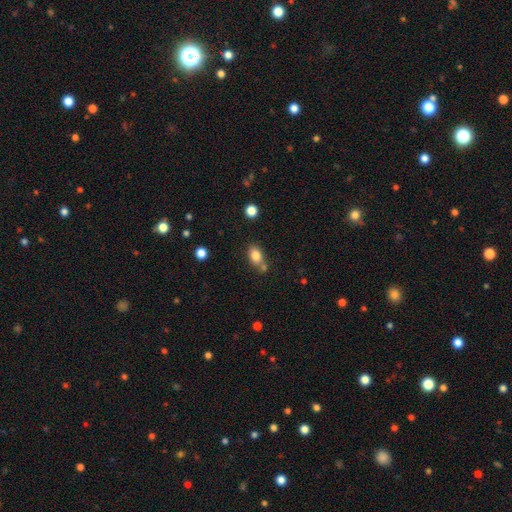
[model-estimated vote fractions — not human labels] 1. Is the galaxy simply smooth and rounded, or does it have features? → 81% smooth, 10% star or artifact, 9% featured or disk.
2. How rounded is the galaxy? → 76% in between, 22% round, 2% cigar-shaped.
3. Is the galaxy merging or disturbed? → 60% none, 22% merger, 15% minor disturbance, 4% major disturbance.